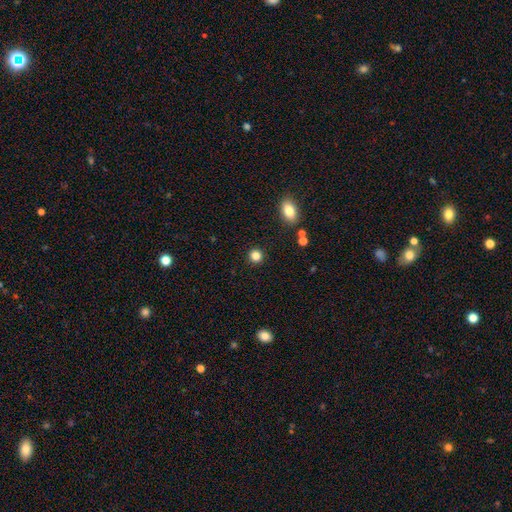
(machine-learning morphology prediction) smooth-or-featured: smooth: 84% | star or artifact: 12% | featured or disk: 4%
  how-rounded: round: 90% | in between: 9% | cigar-shaped: 1%
  merging: none: 91% | minor disturbance: 5% | major disturbance: 2% | merger: 2%